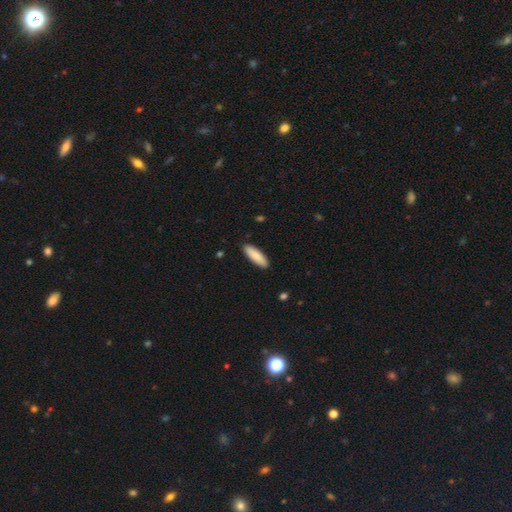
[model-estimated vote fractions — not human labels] Smooth or featured? Predicted: smooth (p=0.86). How rounded? Predicted: cigar-shaped (p=0.51). Merging? Predicted: none (p=0.90).